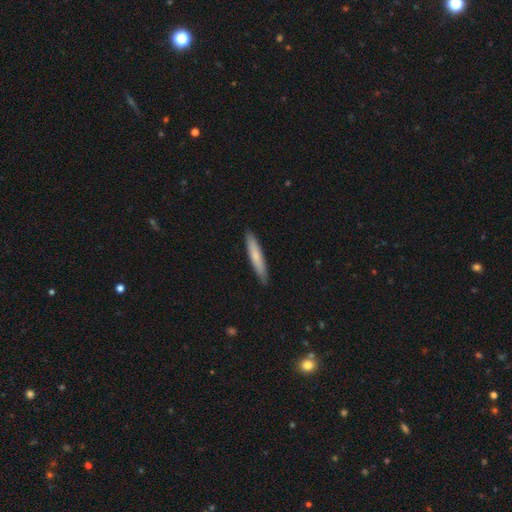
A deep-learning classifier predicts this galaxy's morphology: Smooth or featured? smooth (70%)
How rounded? cigar-shaped (92%)
Merging? none (89%)